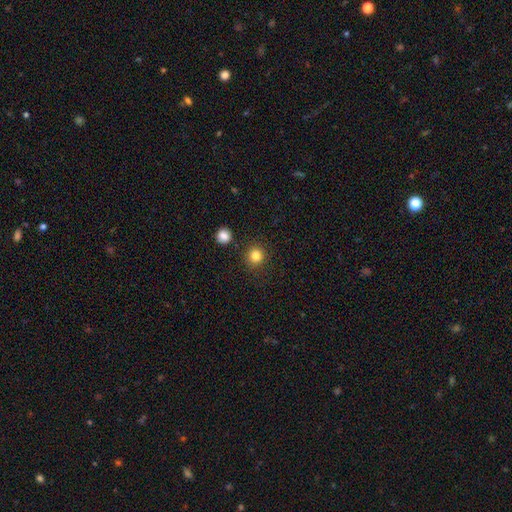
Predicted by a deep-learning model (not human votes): smooth_or_featured: smooth (p=0.83) [alt: star or artifact p=0.12]
how_rounded: round (p=0.92) [alt: in between p=0.07]
merging: none (p=0.89) [alt: minor disturbance p=0.06]